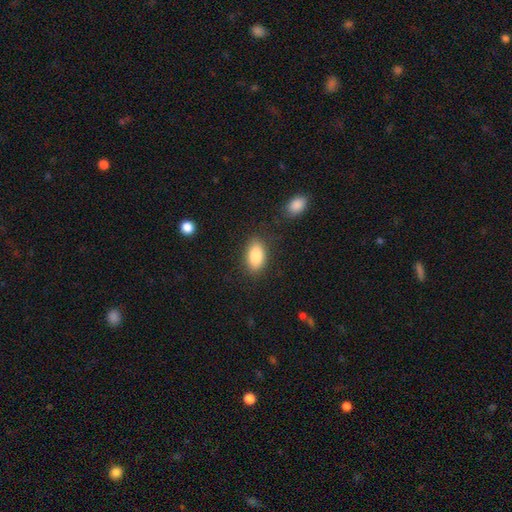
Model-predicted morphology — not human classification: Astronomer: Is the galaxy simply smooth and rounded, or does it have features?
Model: smooth — 86%.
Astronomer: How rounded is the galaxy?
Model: in between — 91%.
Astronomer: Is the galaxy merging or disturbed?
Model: none — 82%.